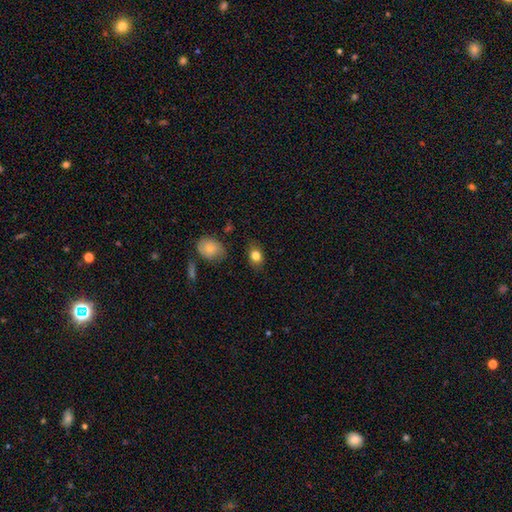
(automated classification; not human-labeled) Smooth or featured?
  - smooth: 82% *
  - featured or disk: 9%
  - star or artifact: 9%
How rounded?
  - in between: 69% *
  - round: 30%
  - cigar-shaped: 2%
Merging?
  - none: 80% *
  - minor disturbance: 14%
  - major disturbance: 3%
  - merger: 2%